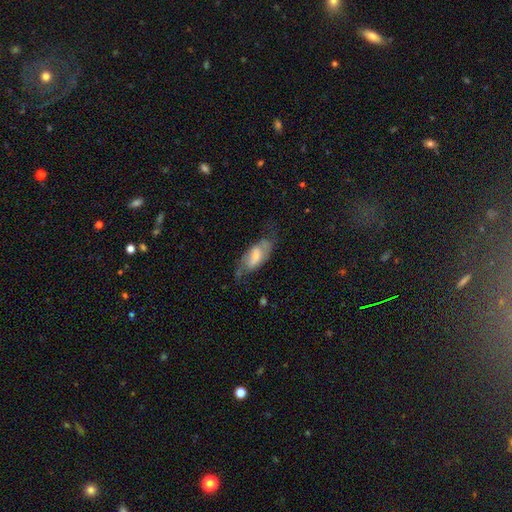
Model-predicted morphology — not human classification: type=featured or disk (55%); edge-on=no (89%); merging=none (55%).